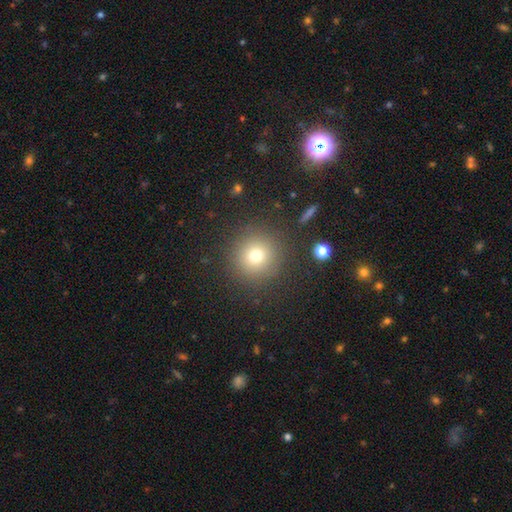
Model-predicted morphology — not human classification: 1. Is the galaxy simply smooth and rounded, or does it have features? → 74% smooth, 16% star or artifact, 10% featured or disk.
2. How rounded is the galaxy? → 94% round, 5% in between, 1% cigar-shaped.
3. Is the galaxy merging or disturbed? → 87% none, 7% minor disturbance, 4% major disturbance, 2% merger.